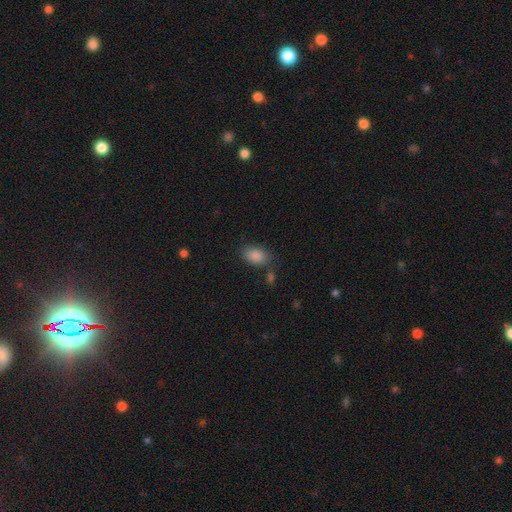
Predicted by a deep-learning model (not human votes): This is clearly a smooth galaxy (88%). How rounded: clearly in between (89%). Merging: likely none (74%).